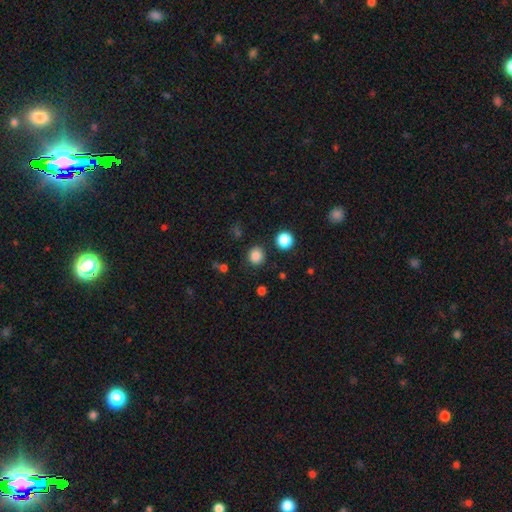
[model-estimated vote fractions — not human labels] Smooth or featured: smooth — 84% (star or artifact — 13%)
How rounded: round — 89% (in between — 10%)
Merging: none — 88% (minor disturbance — 7%)